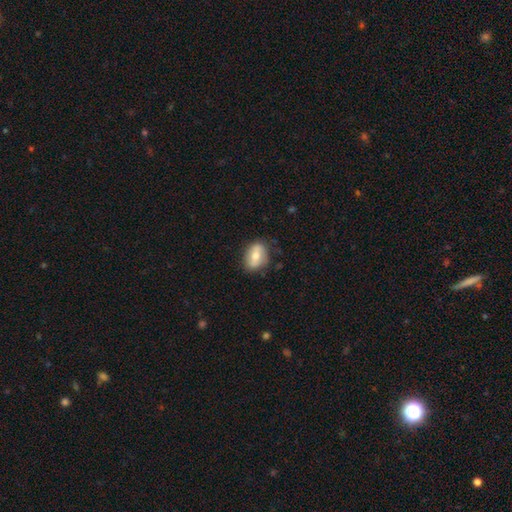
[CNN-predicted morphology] type=smooth (62%); roundness=in between (81%); merging=none (75%).